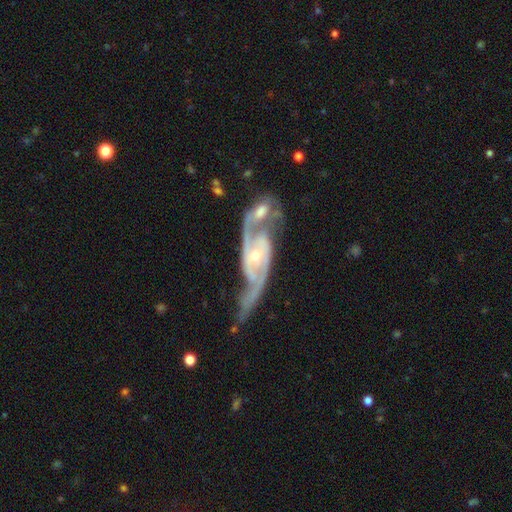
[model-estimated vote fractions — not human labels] Smooth or featured: featured or disk — 91% (star or artifact — 5%)
Edge-on disk: no — 93% (yes — 7%)
Bar: no — 51% (weak — 33%)
Spiral arms: yes — 97% (no — 3%)
Spiral winding: medium — 51% (tight — 26%)
Spiral arm count: 2 — 86% (can't tell — 4%)
Bulge size: small — 67% (moderate — 29%)
Merging: merger — 37% (none — 35%)